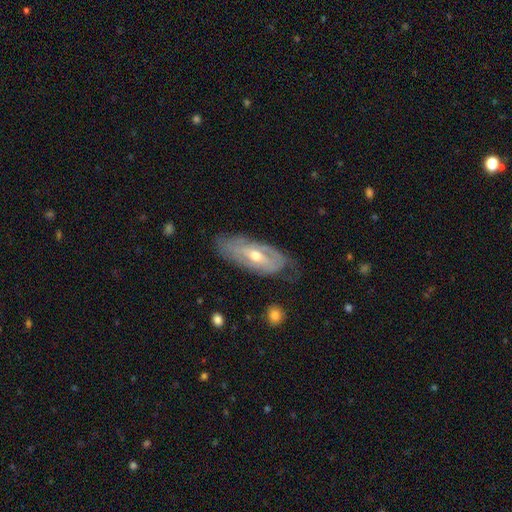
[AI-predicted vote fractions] smooth_or_featured: featured or disk (p=0.72) [alt: smooth p=0.22]
disk_edge_on: no (p=0.81) [alt: yes p=0.19]
bar: no (p=0.44) [alt: weak p=0.36]
has_spiral_arms: yes (p=0.67) [alt: no p=0.33]
bulge_size: moderate (p=0.61) [alt: small p=0.35]
merging: none (p=0.68) [alt: minor disturbance p=0.23]